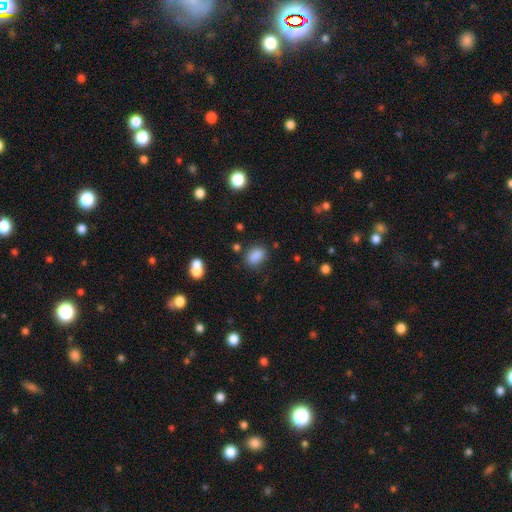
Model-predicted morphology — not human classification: Smooth or featured: smooth — 86% (star or artifact — 10%)
How rounded: in between — 79% (round — 20%)
Merging: none — 79% (minor disturbance — 13%)